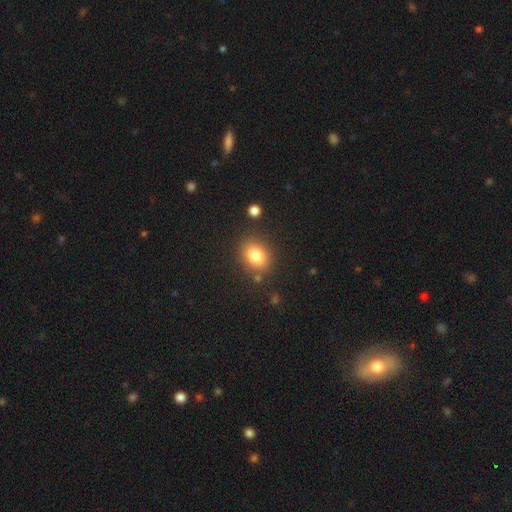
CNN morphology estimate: smooth-or-featured: smooth: 81% | star or artifact: 11% | featured or disk: 9%
  how-rounded: in between: 50% | round: 49% | cigar-shaped: 1%
  merging: none: 82% | minor disturbance: 10% | merger: 4% | major disturbance: 3%